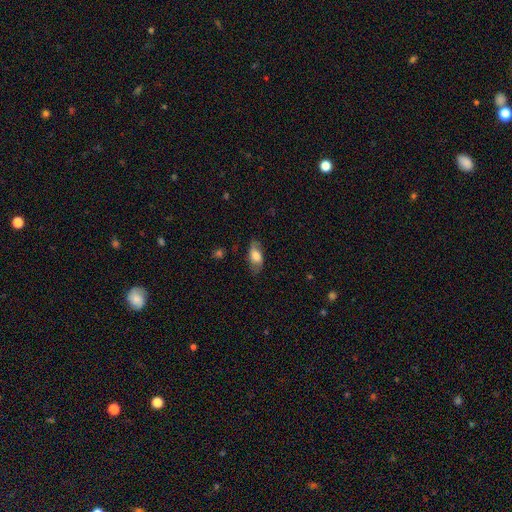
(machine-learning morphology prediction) smooth_or_featured: smooth (p=0.64) [alt: featured or disk p=0.29]
how_rounded: in between (p=0.86) [alt: cigar-shaped p=0.09]
merging: none (p=0.73) [alt: minor disturbance p=0.19]